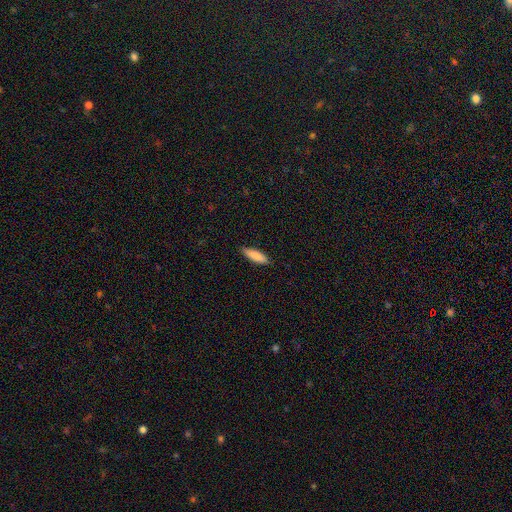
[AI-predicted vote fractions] smooth_or_featured: smooth (p=0.86) [alt: featured or disk p=0.08]
how_rounded: cigar-shaped (p=0.57) [alt: in between p=0.41]
merging: none (p=0.86) [alt: minor disturbance p=0.11]